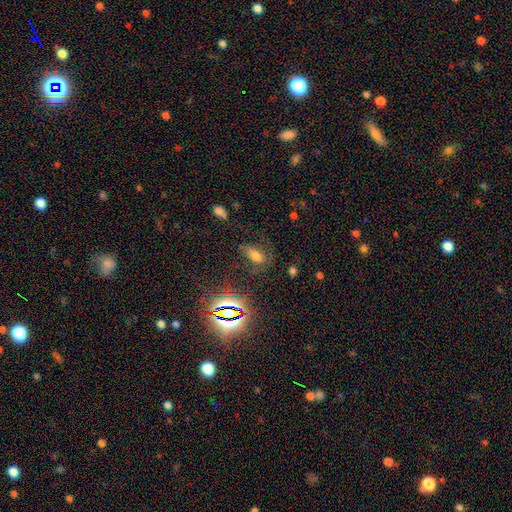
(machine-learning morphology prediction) Smooth or featured?
  - smooth: 52% *
  - star or artifact: 29%
  - featured or disk: 19%
How rounded?
  - in between: 83% *
  - round: 9%
  - cigar-shaped: 8%
Merging?
  - none: 59% *
  - minor disturbance: 21%
  - major disturbance: 16%
  - merger: 3%